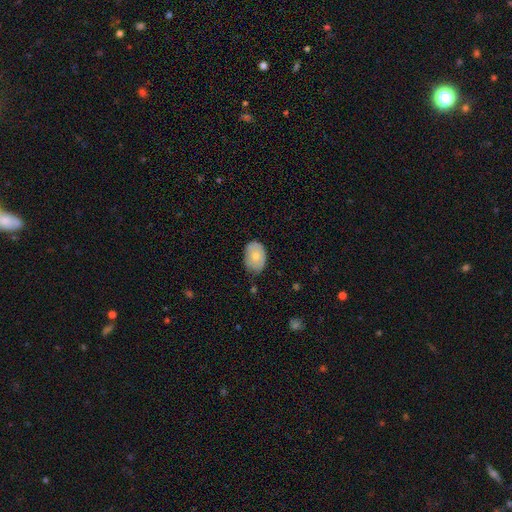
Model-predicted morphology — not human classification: Smooth or featured? Predicted: smooth (p=0.72). How rounded? Predicted: in between (p=0.81). Merging? Predicted: none (p=0.65).